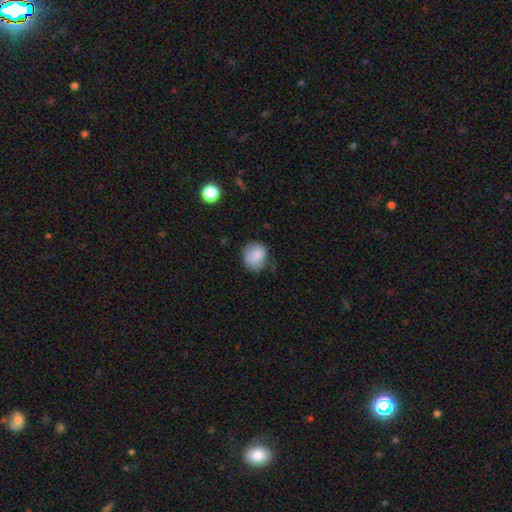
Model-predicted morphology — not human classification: Smooth or featured? smooth (85%)
How rounded? round (72%)
Merging? none (65%)